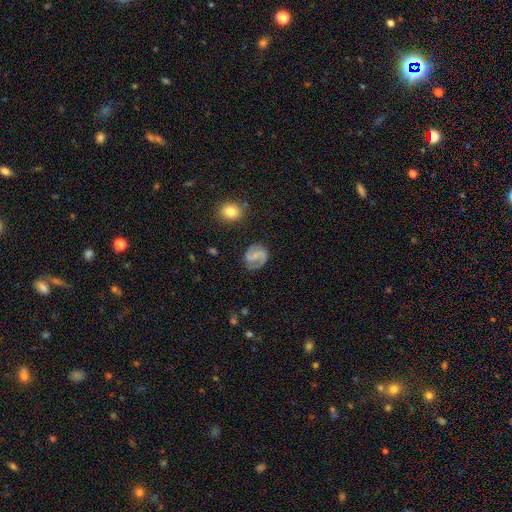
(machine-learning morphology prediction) Q: Smooth or featured?
A: featured or disk (81%); runner-up: smooth (13%)
Q: Edge-on disk?
A: no (98%); runner-up: yes (2%)
Q: Bar?
A: weak (47%); runner-up: no (34%)
Q: Spiral arms?
A: yes (95%); runner-up: no (5%)
Q: Spiral winding?
A: medium (54%); runner-up: tight (26%)
Q: Spiral arm count?
A: 2 (89%); runner-up: 1 (4%)
Q: Bulge size?
A: small (55%); runner-up: none (27%)
Q: Merging?
A: none (78%); runner-up: minor disturbance (14%)